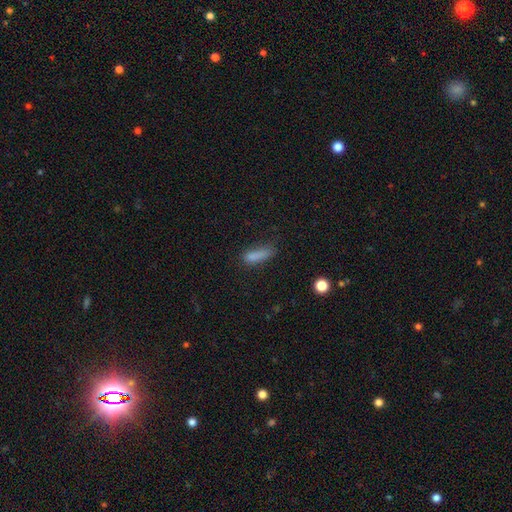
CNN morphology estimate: smooth 80%, star or artifact 11%, featured or disk 9%. Down the decision tree: how rounded — cigar-shaped (60%); merging — none (55%).